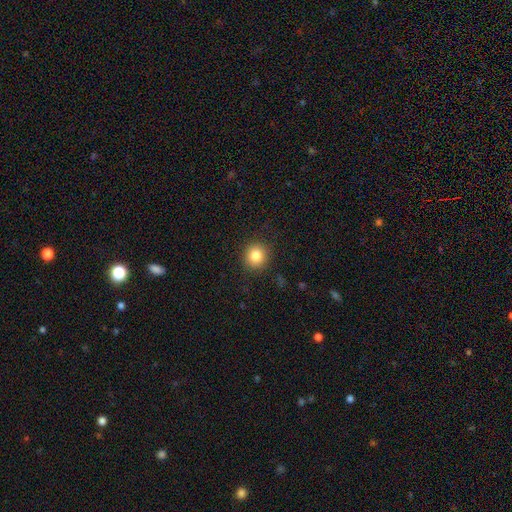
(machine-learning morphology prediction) smooth_or_featured: smooth (p=0.83) [alt: star or artifact p=0.11]
how_rounded: round (p=0.92) [alt: in between p=0.07]
merging: none (p=0.91) [alt: minor disturbance p=0.06]